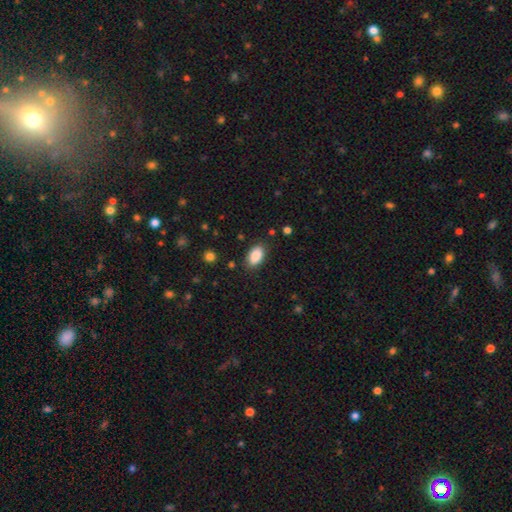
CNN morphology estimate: Smooth or featured? Predicted: smooth (p=0.89). How rounded? Predicted: in between (p=0.93). Merging? Predicted: none (p=0.86).